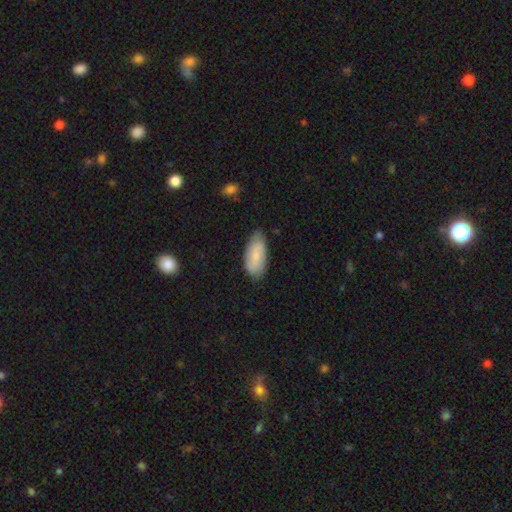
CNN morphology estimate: Overall: smooth (70%). How rounded: in between (88%). Merging: none (73%).